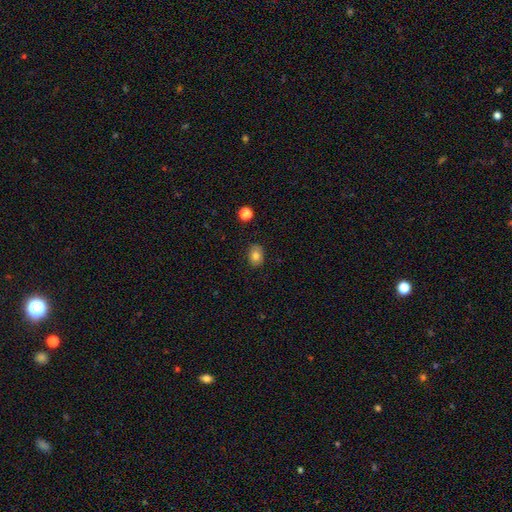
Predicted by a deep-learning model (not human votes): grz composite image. It shows a smooth galaxy with no disk features (78%) that is in between round and cigar-shaped (60%). Merging: none (85%).